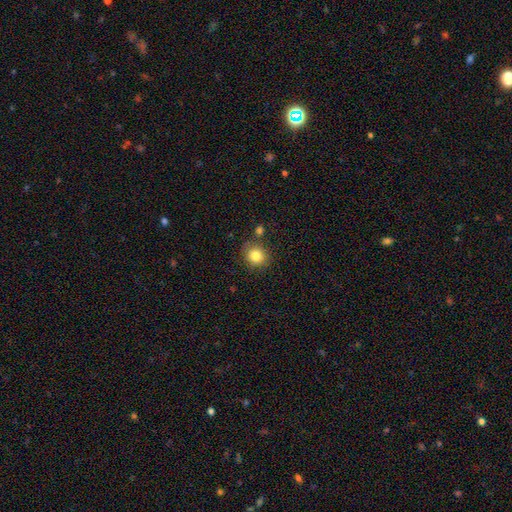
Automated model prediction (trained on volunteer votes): Morphology: type=smooth (82%); roundness=round (81%); merging=none (77%).